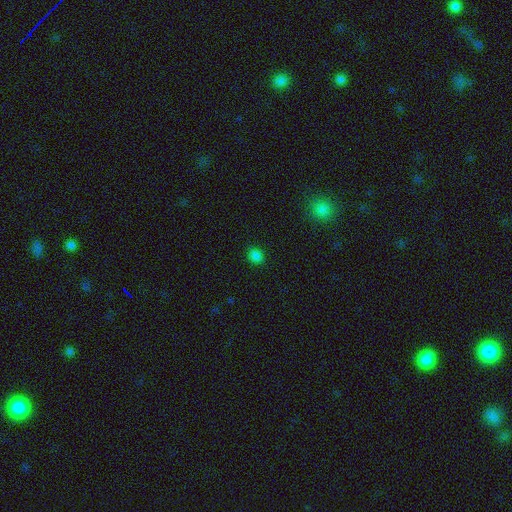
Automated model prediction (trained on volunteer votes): smooth_or_featured: smooth (p=0.82) [alt: star or artifact p=0.15]
how_rounded: round (p=0.62) [alt: in between p=0.37]
merging: none (p=0.89) [alt: minor disturbance p=0.08]